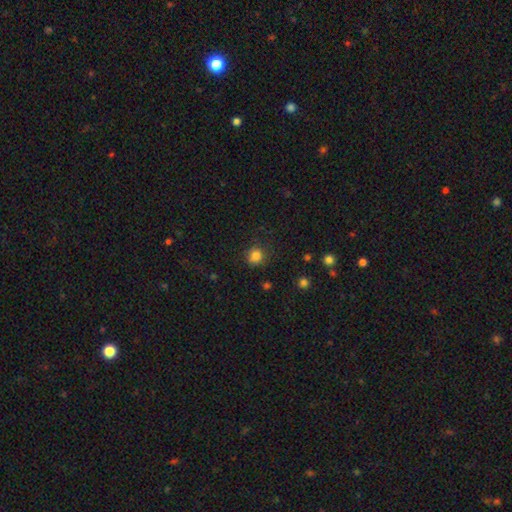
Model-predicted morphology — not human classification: Smooth or featured: smooth — 82% (star or artifact — 13%)
How rounded: round — 86% (in between — 14%)
Merging: none — 77% (minor disturbance — 16%)